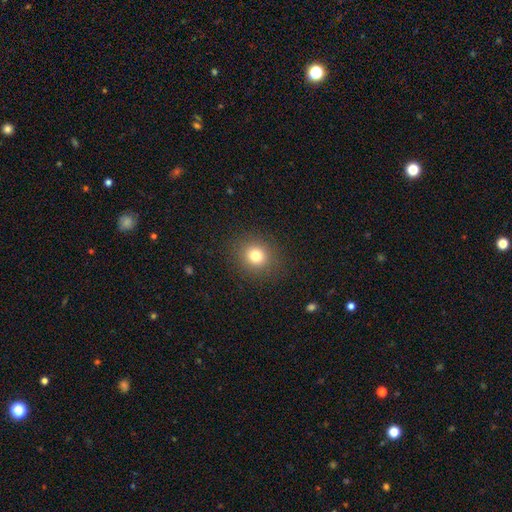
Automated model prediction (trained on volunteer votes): A smooth galaxy with no disk features (78%) that is round (82%).

Vote fractions:
- Smooth or featured? smooth: 78% / star or artifact: 13% / featured or disk: 8%
- How rounded? round: 82% / in between: 17% / cigar-shaped: 1%
- Merging? none: 89% / minor disturbance: 7% / major disturbance: 3% / merger: 1%